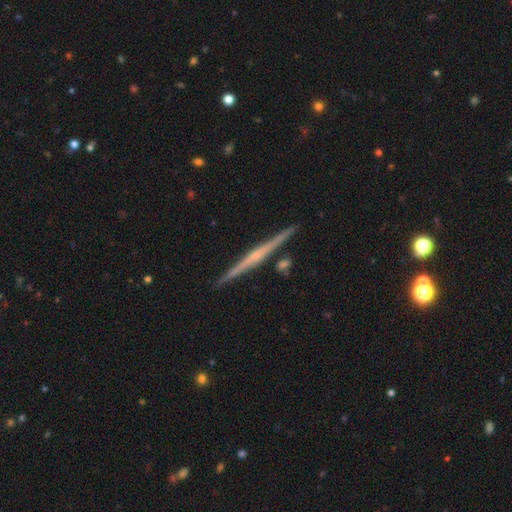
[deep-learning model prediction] Smooth or featured?
  - featured or disk: 78% *
  - smooth: 16%
  - star or artifact: 6%
Edge-on disk?
  - yes: 98% *
  - no: 2%
Edge-on bulge?
  - rounded: 53% *
  - none: 38%
  - boxy: 9%
Merging?
  - none: 90% *
  - minor disturbance: 6%
  - merger: 2%
  - major disturbance: 1%